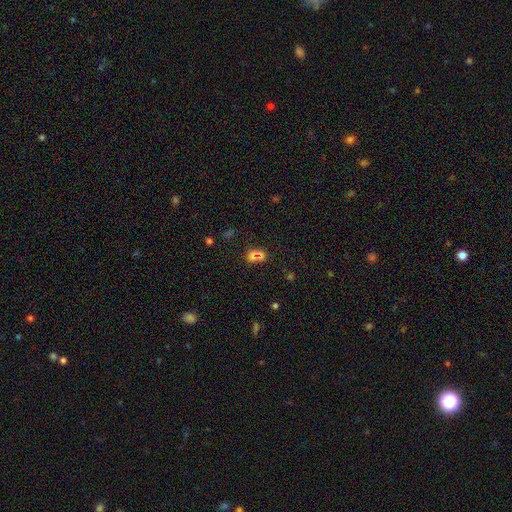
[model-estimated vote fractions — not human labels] smooth_or_featured: smooth (p=0.53) [alt: star or artifact p=0.32]
how_rounded: round (p=0.54) [alt: in between p=0.43]
merging: none (p=0.49) [alt: merger p=0.32]